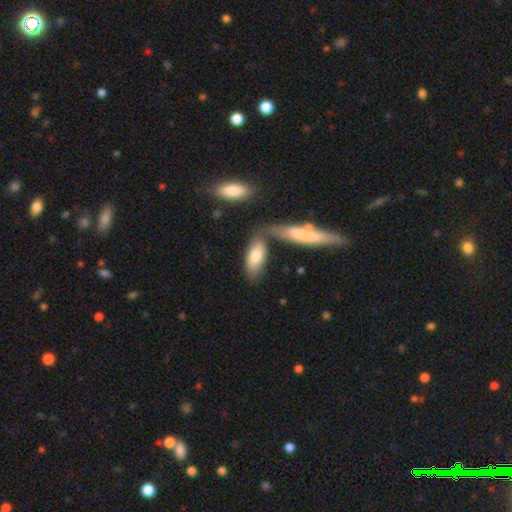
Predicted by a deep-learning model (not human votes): smooth_or_featured: smooth (p=0.75) [alt: featured or disk p=0.19]
how_rounded: in between (p=0.75) [alt: cigar-shaped p=0.23]
merging: none (p=0.49) [alt: merger p=0.28]